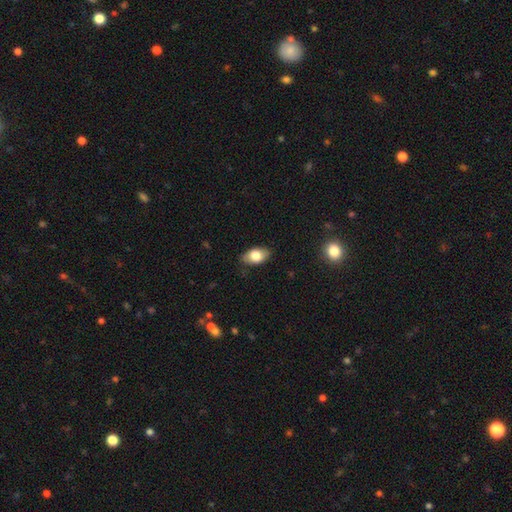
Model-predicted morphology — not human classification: smooth_or_featured: smooth (p=0.79) [alt: featured or disk p=0.14]
how_rounded: in between (p=0.91) [alt: round p=0.07]
merging: none (p=0.83) [alt: minor disturbance p=0.14]